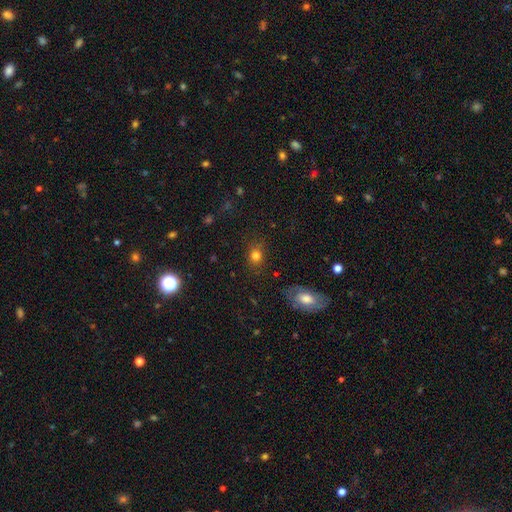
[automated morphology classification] A smooth galaxy with no disk features (78%) that is round (65%).

Vote fractions:
- Smooth or featured? smooth: 78% / star or artifact: 15% / featured or disk: 7%
- How rounded? round: 65% / in between: 34% / cigar-shaped: 1%
- Merging? none: 79% / minor disturbance: 13% / major disturbance: 5% / merger: 2%